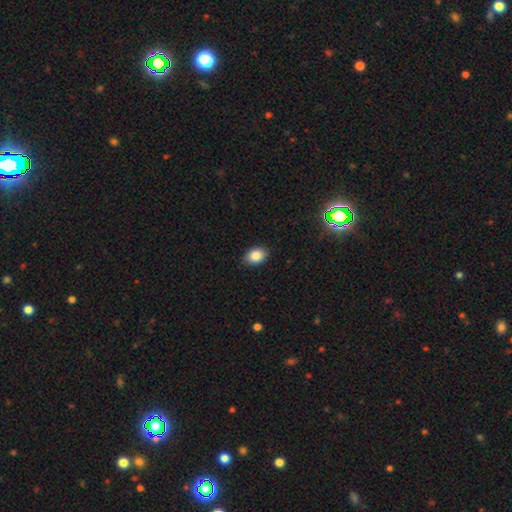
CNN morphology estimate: smooth_or_featured: smooth (p=0.86) [alt: star or artifact p=0.09]
how_rounded: in between (p=0.72) [alt: round p=0.27]
merging: none (p=0.87) [alt: minor disturbance p=0.10]